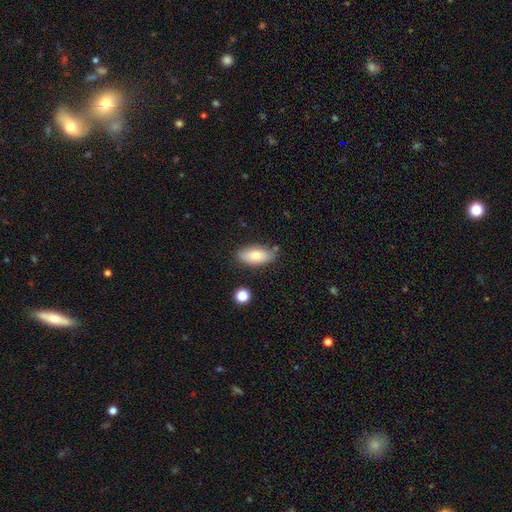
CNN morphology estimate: smooth 80%, featured or disk 13%, star or artifact 7%. Down the decision tree: how rounded — in between (90%); merging — none (75%).